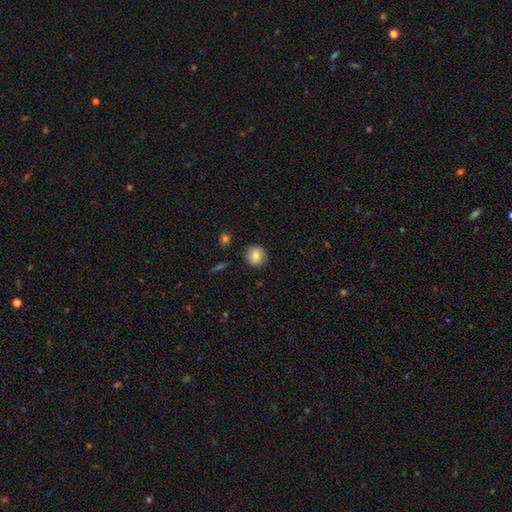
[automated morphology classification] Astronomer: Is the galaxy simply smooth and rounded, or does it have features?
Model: smooth — 82%.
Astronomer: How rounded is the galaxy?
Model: round — 88%.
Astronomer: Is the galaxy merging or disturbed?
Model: none — 88%.